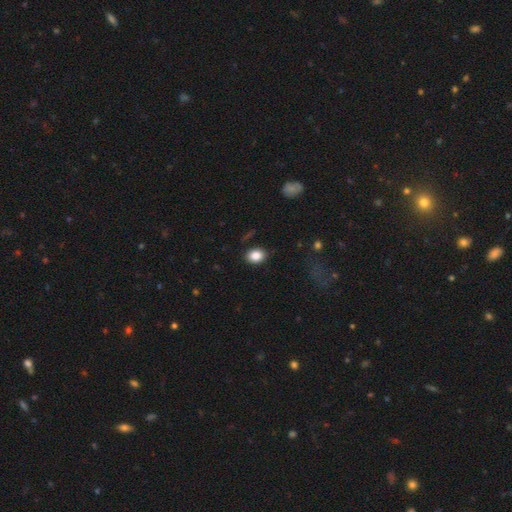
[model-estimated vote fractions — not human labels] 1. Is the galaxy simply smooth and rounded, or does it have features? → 87% smooth, 9% star or artifact, 5% featured or disk.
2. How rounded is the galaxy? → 63% in between, 36% round, 1% cigar-shaped.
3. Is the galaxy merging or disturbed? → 84% none, 12% minor disturbance, 3% major disturbance, 1% merger.